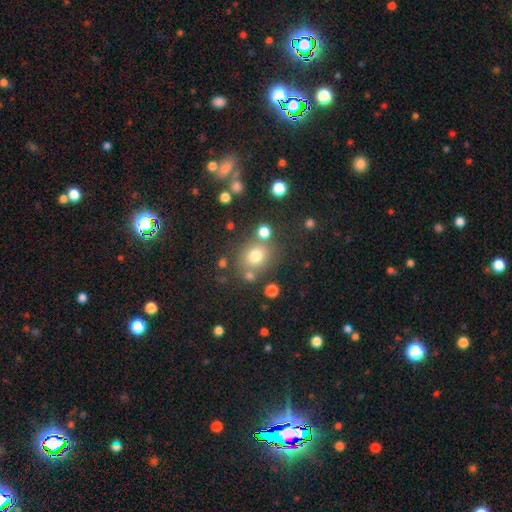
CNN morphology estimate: Overall: smooth (74%). How rounded: round (80%). Merging: none (73%).